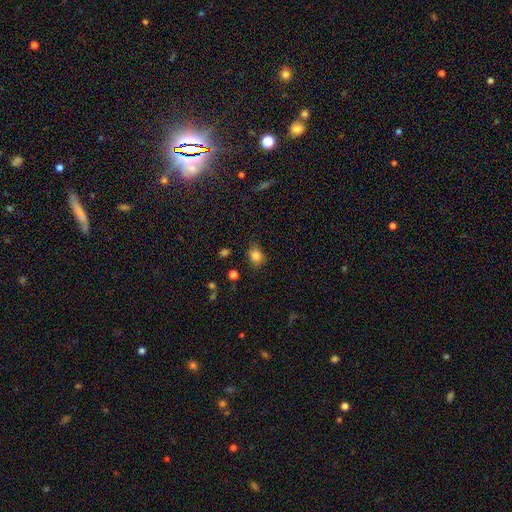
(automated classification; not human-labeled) Smooth or featured?
  - smooth: 83% *
  - star or artifact: 11%
  - featured or disk: 6%
How rounded?
  - round: 62% *
  - in between: 37%
  - cigar-shaped: 1%
Merging?
  - none: 76% *
  - minor disturbance: 18%
  - major disturbance: 4%
  - merger: 2%